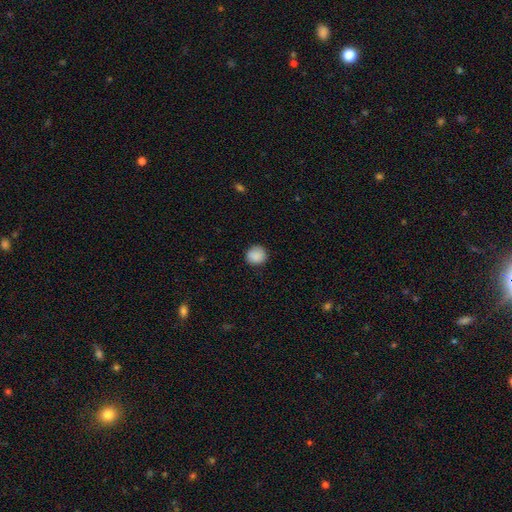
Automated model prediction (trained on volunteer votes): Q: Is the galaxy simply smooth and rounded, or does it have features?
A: smooth — 88%.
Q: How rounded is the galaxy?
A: round — 89%.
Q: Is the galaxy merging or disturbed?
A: none — 86%.